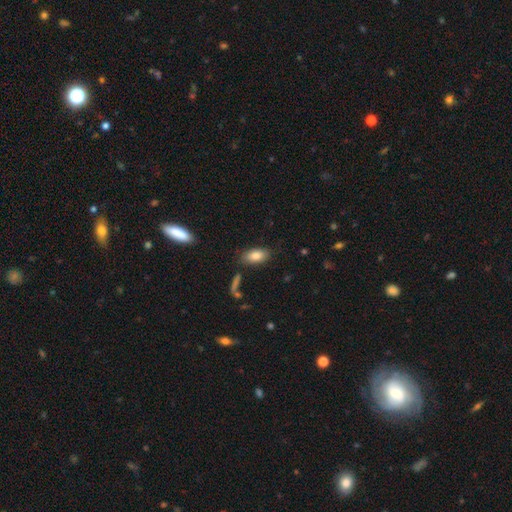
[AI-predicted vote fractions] A smooth galaxy with no disk features (83%) that is in between round and cigar-shaped (91%).

Vote fractions:
- Smooth or featured? smooth: 83% / featured or disk: 9% / star or artifact: 7%
- How rounded? in between: 91% / cigar-shaped: 6% / round: 3%
- Merging? none: 79% / minor disturbance: 13% / merger: 4% / major disturbance: 4%